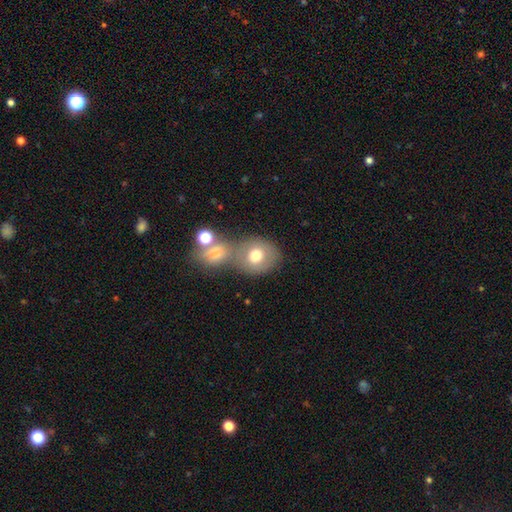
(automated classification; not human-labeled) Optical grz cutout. It shows a smooth galaxy with no disk features (70%) that is round (67%). Merging: merger (42%).